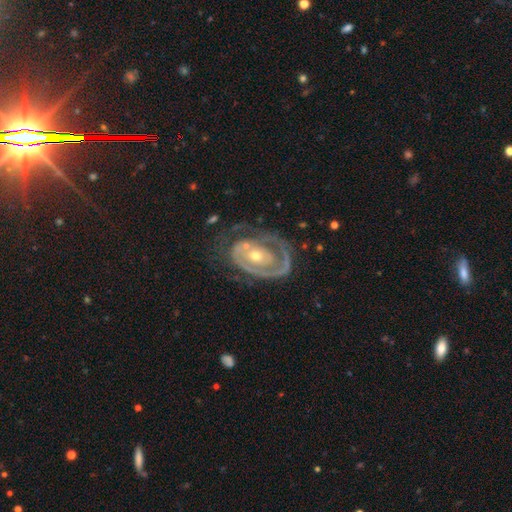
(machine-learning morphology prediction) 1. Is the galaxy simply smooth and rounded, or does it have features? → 86% featured or disk, 9% smooth, 5% star or artifact.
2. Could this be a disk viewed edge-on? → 96% no, 4% yes.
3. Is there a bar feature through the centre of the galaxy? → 73% no, 19% weak, 8% strong.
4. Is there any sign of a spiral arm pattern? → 82% yes, 18% no.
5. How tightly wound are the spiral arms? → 64% tight, 25% medium, 10% loose.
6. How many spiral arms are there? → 50% 1, 25% 2, 17% can't tell, 5% 3, 2% 4, 2% more than 4.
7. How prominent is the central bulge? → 50% small, 46% moderate, 2% large, 1% none, 1% dominant.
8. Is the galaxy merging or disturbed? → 54% none, 22% major disturbance, 21% minor disturbance, 3% merger.